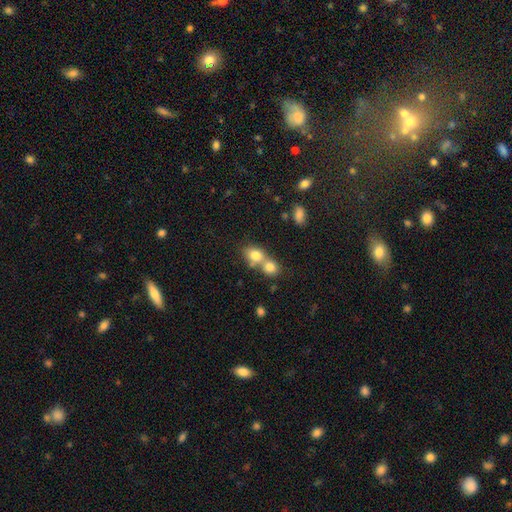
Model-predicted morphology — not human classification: Smooth or featured? smooth (79%)
How rounded? round (54%)
Merging? merger (60%)